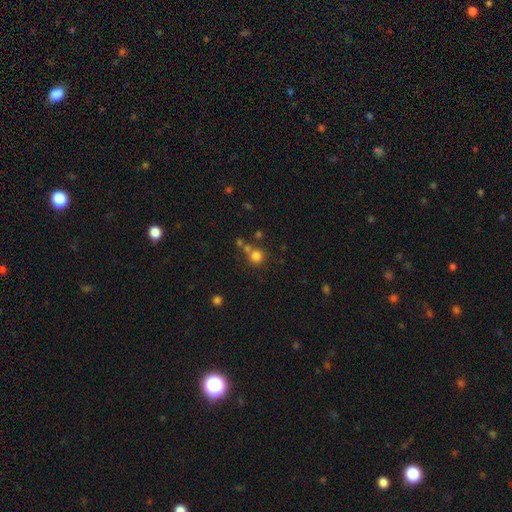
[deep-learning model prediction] Smooth or featured? Predicted: smooth (p=0.79). How rounded? Predicted: round (p=0.90). Merging? Predicted: none (p=0.63).